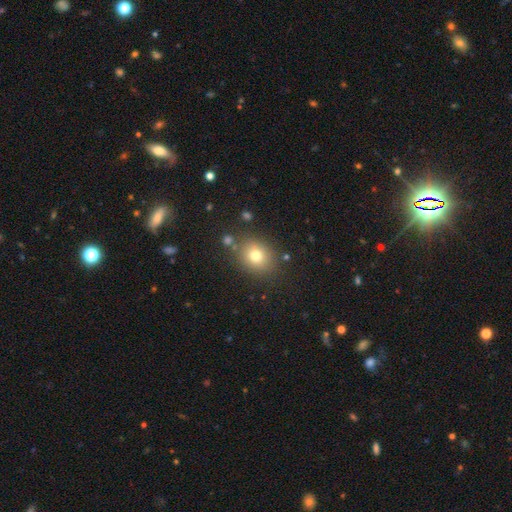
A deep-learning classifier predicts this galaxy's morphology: Smooth or featured?
  - smooth: 76% *
  - star or artifact: 14%
  - featured or disk: 10%
How rounded?
  - round: 66% *
  - in between: 33%
  - cigar-shaped: 1%
Merging?
  - none: 81% *
  - minor disturbance: 10%
  - merger: 5%
  - major disturbance: 4%